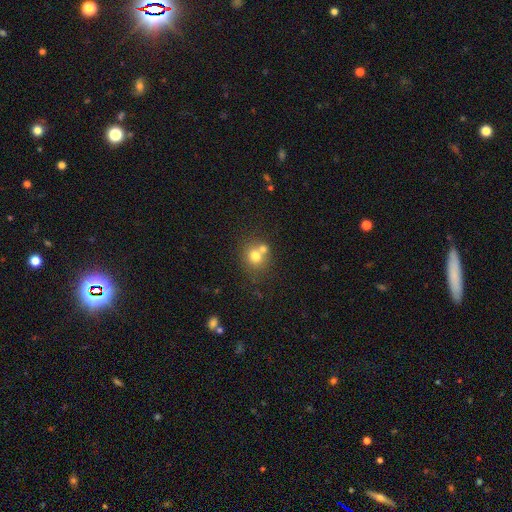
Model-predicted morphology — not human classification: A smooth galaxy with no disk features (73%) that is round (82%). Merging: none (48%).